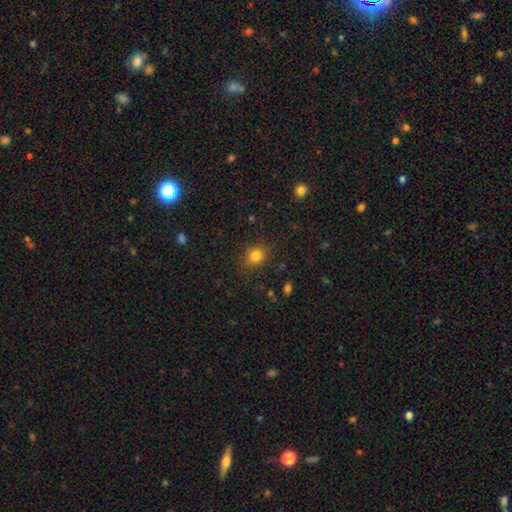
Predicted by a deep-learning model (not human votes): Smooth or featured?
  - smooth: 81% *
  - star or artifact: 13%
  - featured or disk: 6%
How rounded?
  - round: 64% *
  - in between: 35%
  - cigar-shaped: 1%
Merging?
  - none: 84% *
  - minor disturbance: 11%
  - major disturbance: 4%
  - merger: 1%